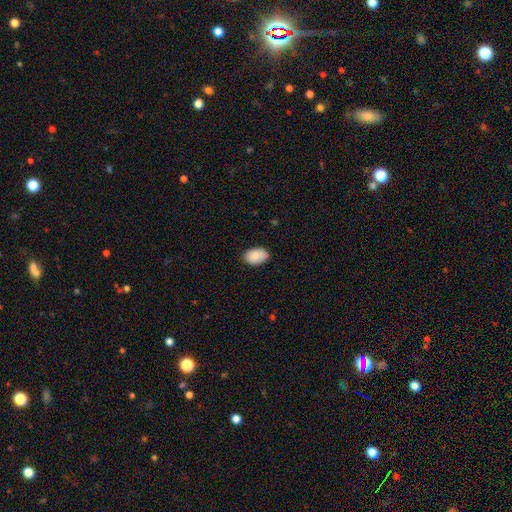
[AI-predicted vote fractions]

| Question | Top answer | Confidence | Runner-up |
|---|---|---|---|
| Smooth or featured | smooth | 89% | star or artifact (7%) |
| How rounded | in between | 89% | round (10%) |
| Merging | none | 84% | minor disturbance (13%) |